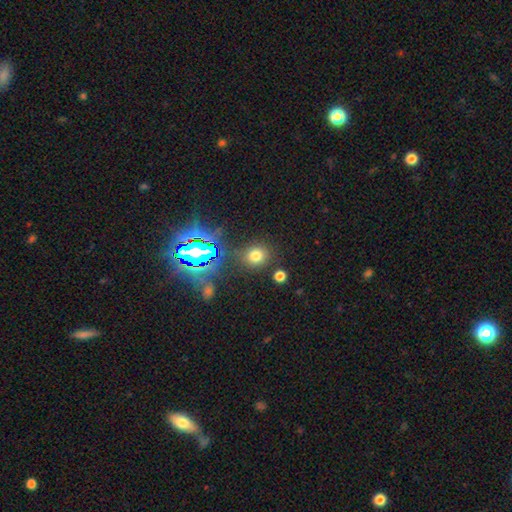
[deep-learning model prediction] smooth-or-featured: smooth: 68% | star or artifact: 25% | featured or disk: 8%
  how-rounded: round: 76% | in between: 23% | cigar-shaped: 1%
  merging: none: 82% | minor disturbance: 9% | merger: 5% | major disturbance: 4%